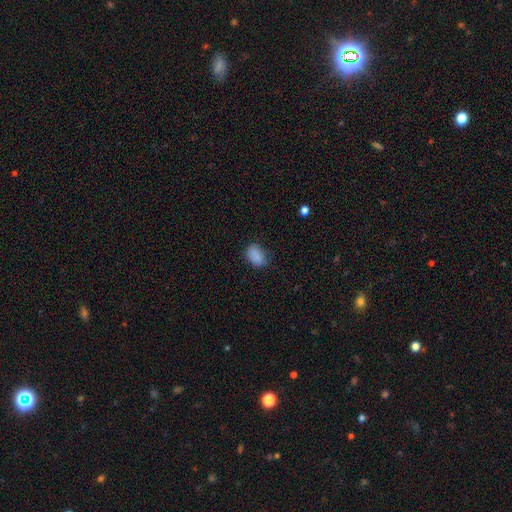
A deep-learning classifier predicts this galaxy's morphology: type=smooth (84%); roundness=in between (77%); merging=none (66%).